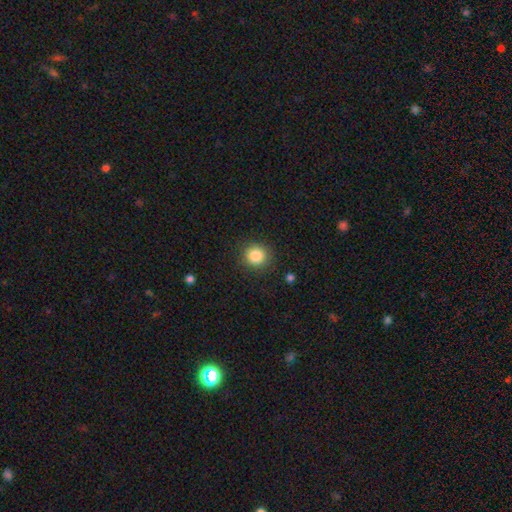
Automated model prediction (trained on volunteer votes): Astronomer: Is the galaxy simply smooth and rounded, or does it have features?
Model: smooth — 86%.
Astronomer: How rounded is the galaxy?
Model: round — 90%.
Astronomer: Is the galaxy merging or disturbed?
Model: none — 89%.